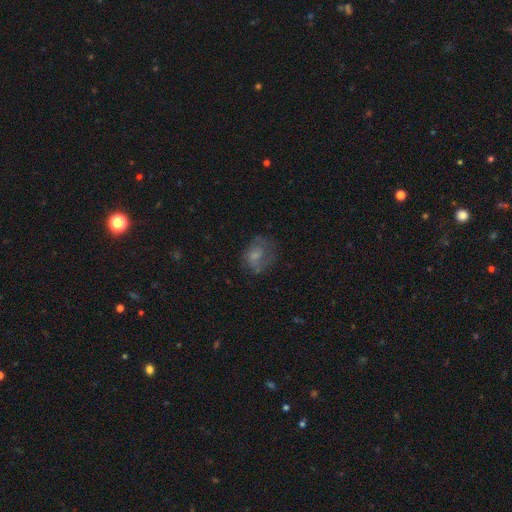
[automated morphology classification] Overall: smooth (56%; featured or disk 33%). How rounded: in between (55%; round 44%). Merging: none (46%; major disturbance 25%).